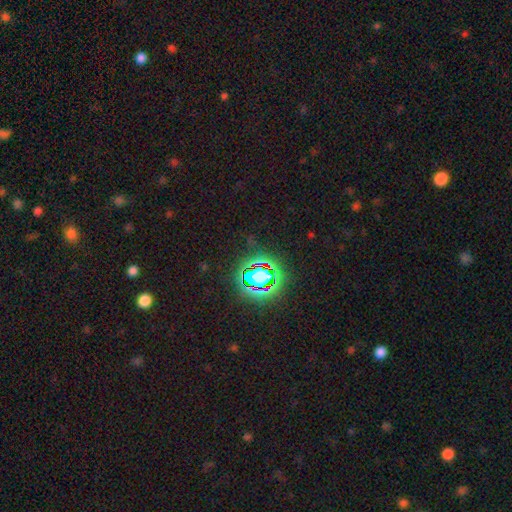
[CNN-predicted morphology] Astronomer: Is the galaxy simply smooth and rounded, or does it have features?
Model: star or artifact — 80%.